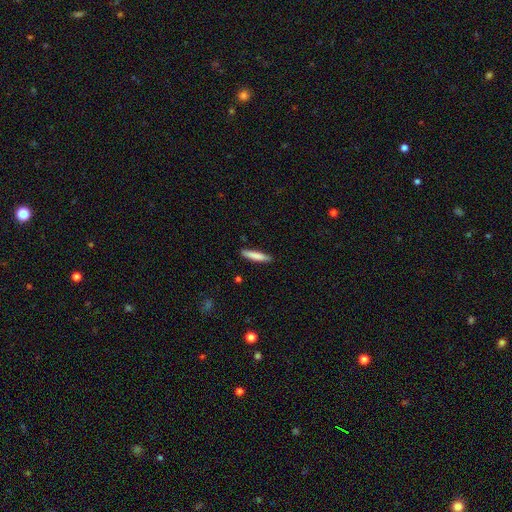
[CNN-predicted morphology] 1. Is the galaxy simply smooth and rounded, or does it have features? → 82% smooth, 13% featured or disk, 6% star or artifact.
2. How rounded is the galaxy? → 90% cigar-shaped, 9% in between, 1% round.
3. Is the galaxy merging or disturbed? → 90% none, 8% minor disturbance, 2% major disturbance, 1% merger.